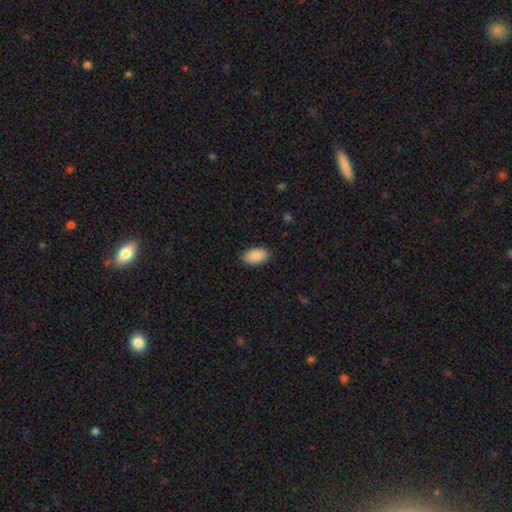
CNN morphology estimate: type=smooth (90%); roundness=in between (94%); merging=none (88%).